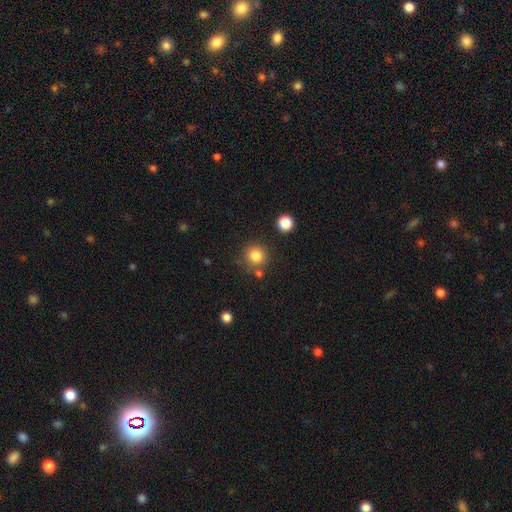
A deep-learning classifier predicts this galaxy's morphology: Smooth or featured: smooth — 84% (star or artifact — 11%)
How rounded: round — 93% (in between — 6%)
Merging: none — 78% (minor disturbance — 10%)